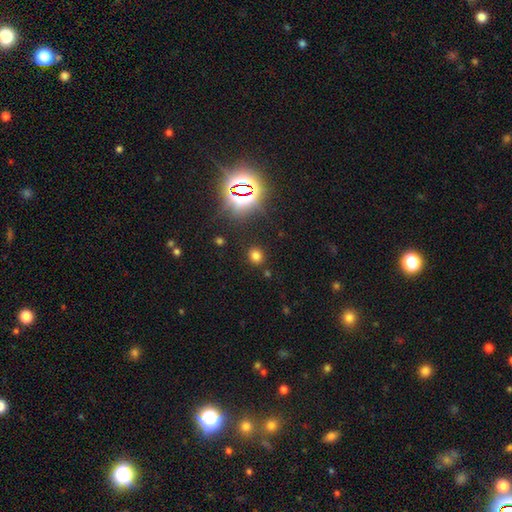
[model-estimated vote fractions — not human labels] This is likely a smooth galaxy (70%). How rounded: likely round (76%). Merging: clearly none (86%).